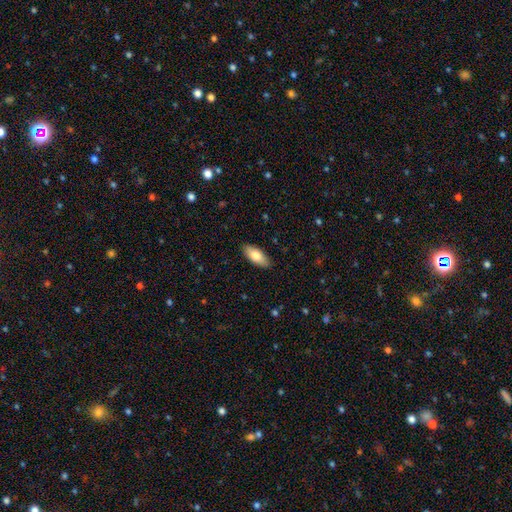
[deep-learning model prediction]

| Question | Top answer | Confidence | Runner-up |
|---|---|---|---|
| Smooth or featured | smooth | 80% | featured or disk (14%) |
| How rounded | in between | 85% | cigar-shaped (13%) |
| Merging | none | 88% | minor disturbance (9%) |